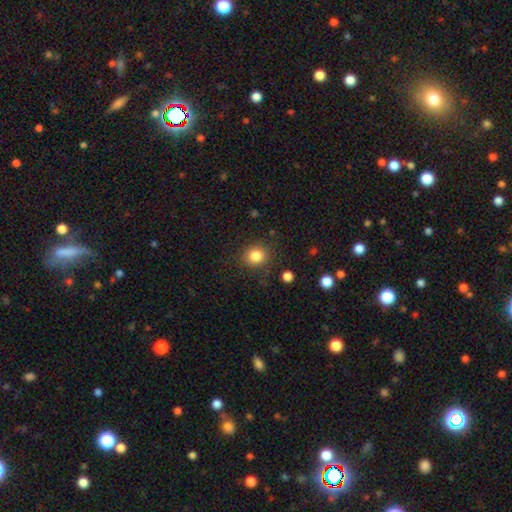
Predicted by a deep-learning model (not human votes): The model was most divided on "how rounded": round: 82%, in between: 17%, cigar-shaped: 1%. More confident: merging — none (85%); smooth or featured — smooth (84%).